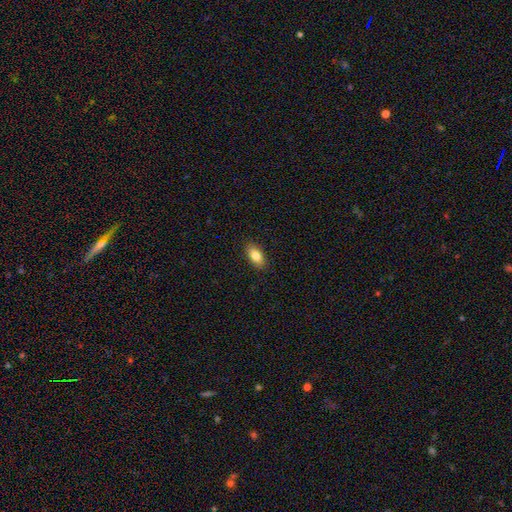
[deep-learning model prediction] Q: Smooth or featured?
A: smooth (83%); runner-up: featured or disk (10%)
Q: How rounded?
A: in between (89%); runner-up: cigar-shaped (8%)
Q: Merging?
A: none (89%); runner-up: minor disturbance (8%)